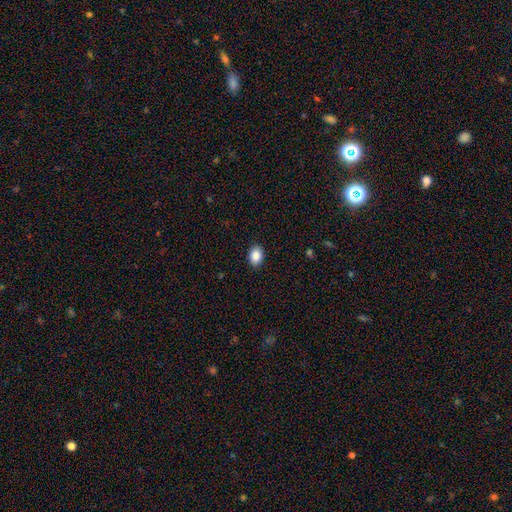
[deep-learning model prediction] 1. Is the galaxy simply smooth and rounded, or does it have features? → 87% smooth, 8% star or artifact, 5% featured or disk.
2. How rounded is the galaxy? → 76% in between, 23% round, 1% cigar-shaped.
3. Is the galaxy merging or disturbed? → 90% none, 8% minor disturbance, 2% major disturbance, 1% merger.